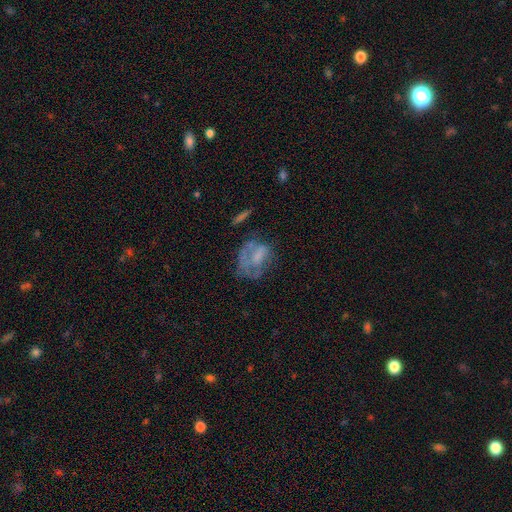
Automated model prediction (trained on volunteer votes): Smooth or featured: featured or disk — 47% (smooth — 41%)
Merging: none — 37% (major disturbance — 34%)